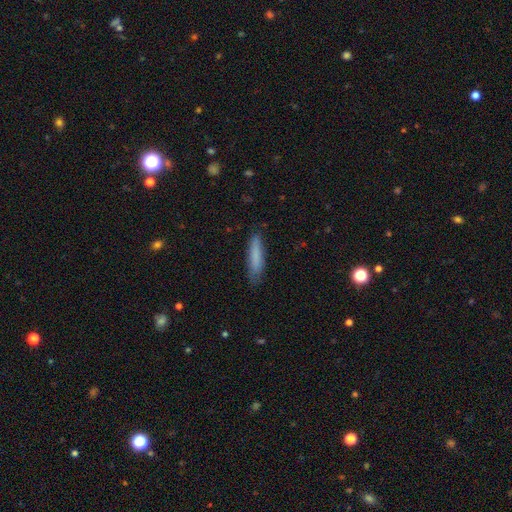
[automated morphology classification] The model was most divided on "merging": none: 81%, minor disturbance: 15%, major disturbance: 3%, merger: 1%. More confident: how rounded — cigar-shaped (84%); smooth or featured — smooth (80%).